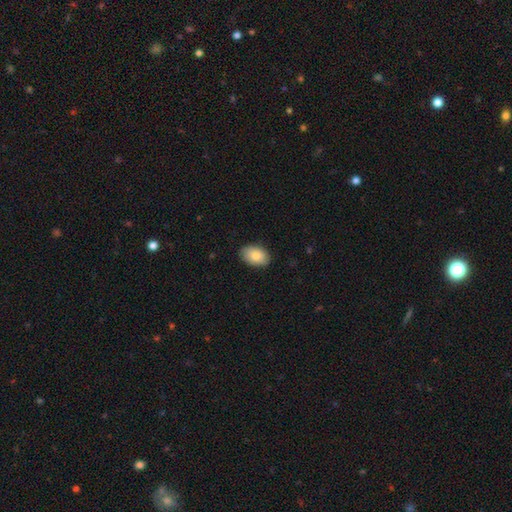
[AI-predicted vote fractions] Smooth or featured? smooth (83%)
How rounded? in between (88%)
Merging? none (85%)